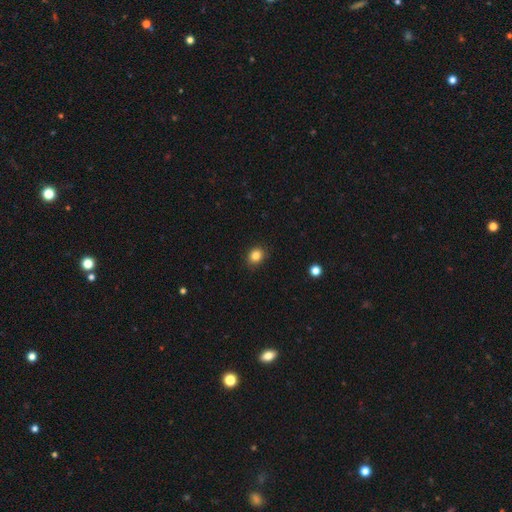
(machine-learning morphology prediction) Q: Smooth or featured?
A: smooth (84%); runner-up: star or artifact (11%)
Q: How rounded?
A: round (62%); runner-up: in between (37%)
Q: Merging?
A: none (88%); runner-up: minor disturbance (9%)